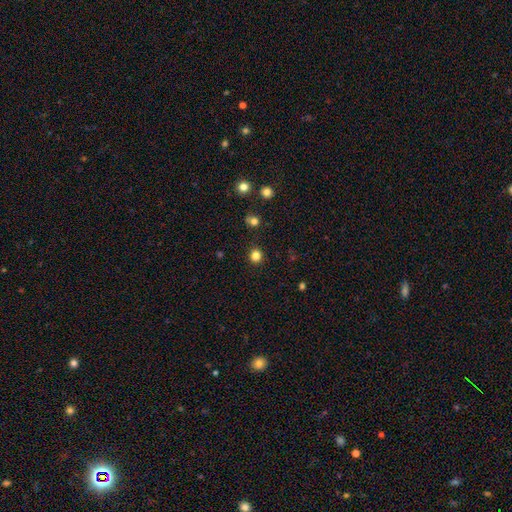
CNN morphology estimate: Smooth or featured: smooth — 82% (star or artifact — 14%)
How rounded: round — 92% (in between — 8%)
Merging: none — 91% (minor disturbance — 6%)